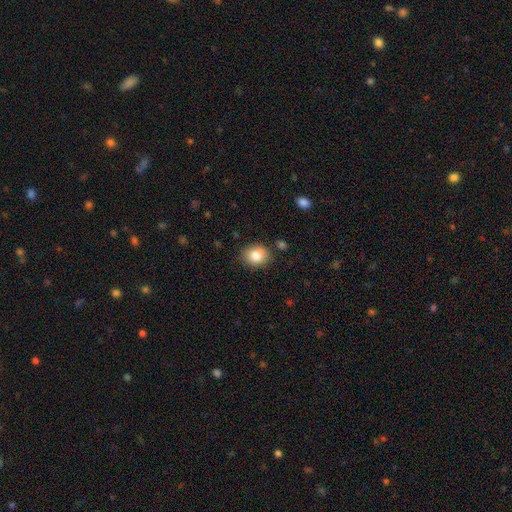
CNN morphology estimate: This appears to be a smooth galaxy with no disk features (83%) that is round (52%). Merging: none (83%).